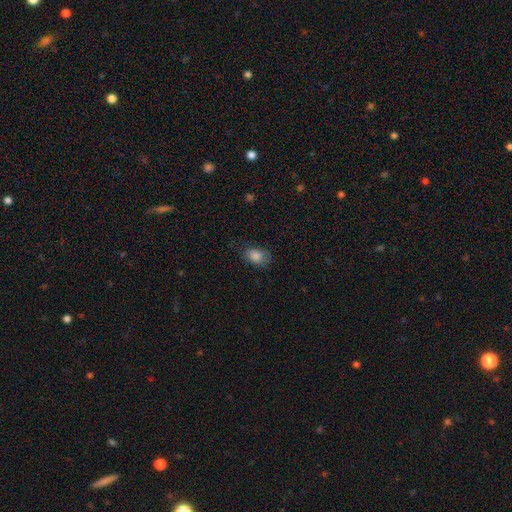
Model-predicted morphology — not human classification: type=smooth (83%); roundness=in between (83%); merging=none (69%).